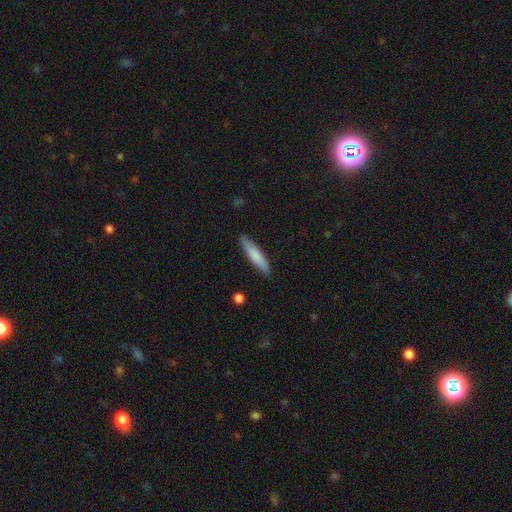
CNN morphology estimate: smooth 77%, featured or disk 18%, star or artifact 5%. Down the decision tree: how rounded — cigar-shaped (86%); merging — none (87%).